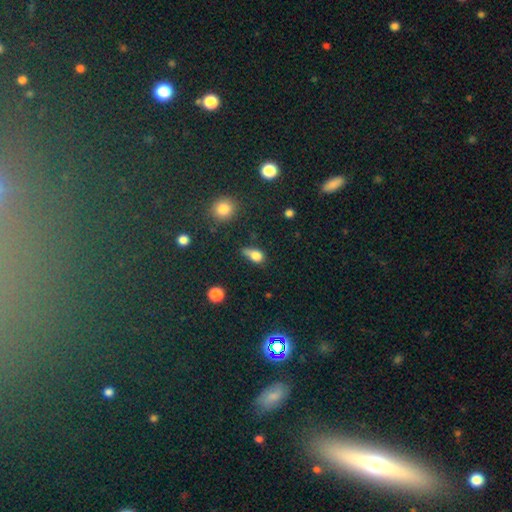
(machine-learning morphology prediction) Smooth or featured?
  - smooth: 78% *
  - star or artifact: 12%
  - featured or disk: 9%
How rounded?
  - in between: 66% *
  - round: 27%
  - cigar-shaped: 7%
Merging?
  - none: 41% *
  - minor disturbance: 36%
  - major disturbance: 15%
  - merger: 8%